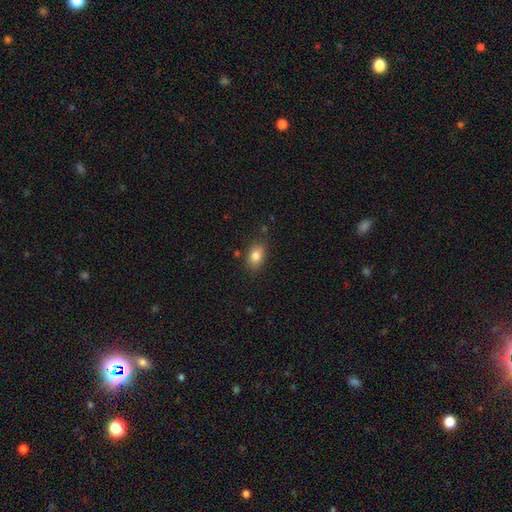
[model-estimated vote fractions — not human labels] Overall: smooth (83%). How rounded: in between (77%). Merging: none (81%).